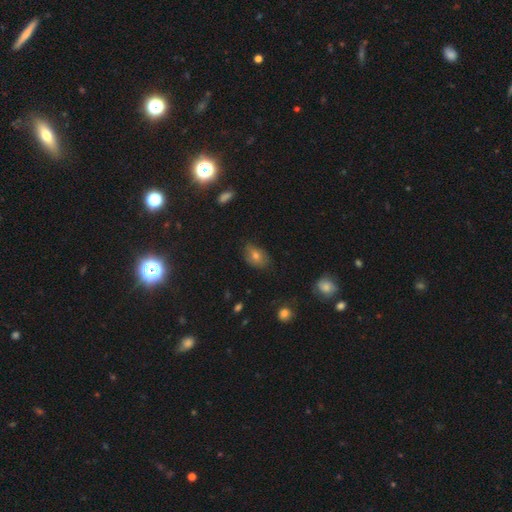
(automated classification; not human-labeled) Smooth or featured?
  - smooth: 57% *
  - star or artifact: 23%
  - featured or disk: 20%
How rounded?
  - in between: 77% *
  - round: 21%
  - cigar-shaped: 2%
Merging?
  - none: 73% *
  - minor disturbance: 20%
  - major disturbance: 5%
  - merger: 2%